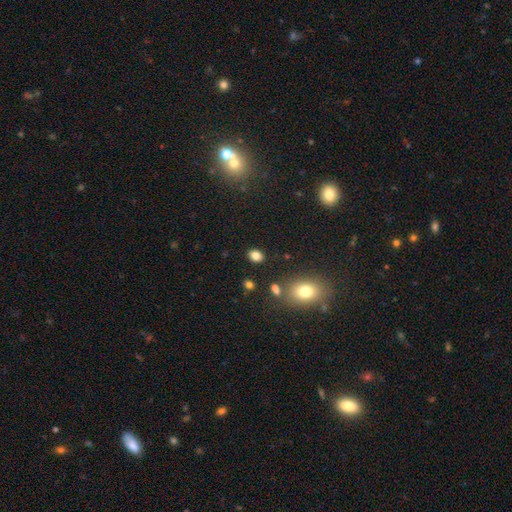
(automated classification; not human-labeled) Smooth or featured?
  - smooth: 83% *
  - star or artifact: 12%
  - featured or disk: 5%
How rounded?
  - in between: 57% *
  - round: 42%
  - cigar-shaped: 1%
Merging?
  - none: 85% *
  - minor disturbance: 9%
  - merger: 3%
  - major disturbance: 3%